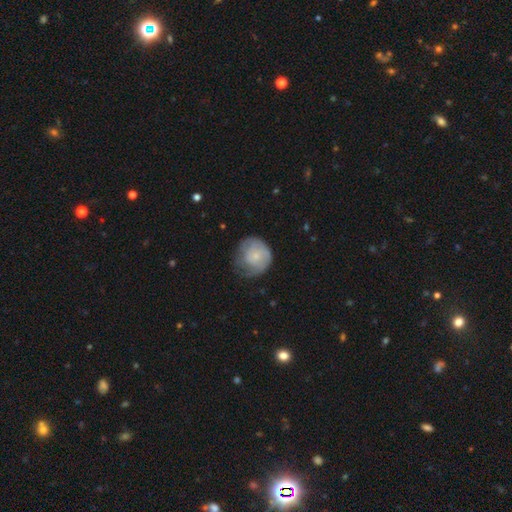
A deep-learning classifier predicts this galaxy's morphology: This appears to be a smooth galaxy with no disk features (48%). Merging: none (50%).